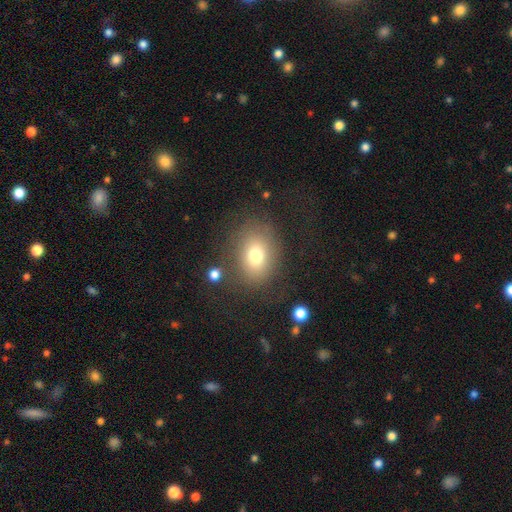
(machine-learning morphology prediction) The model was most divided on "how rounded": in between: 56%, round: 43%, cigar-shaped: 1%. More confident: merging — none (75%); smooth or featured — smooth (73%).